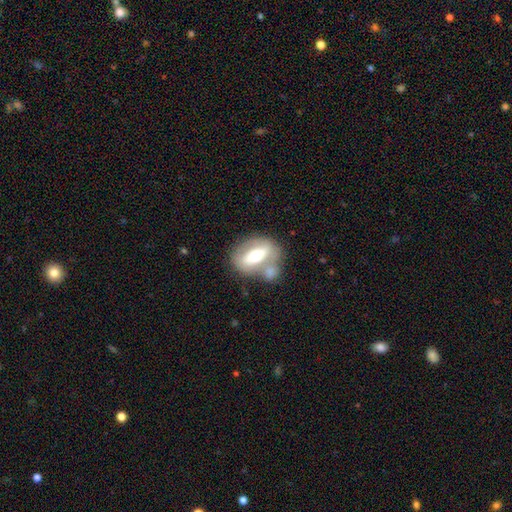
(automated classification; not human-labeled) Smooth or featured?
  - featured or disk: 53% *
  - smooth: 40%
  - star or artifact: 6%
Edge-on disk?
  - no: 83% *
  - yes: 17%
Merging?
  - none: 45% *
  - merger: 32%
  - minor disturbance: 15%
  - major disturbance: 8%